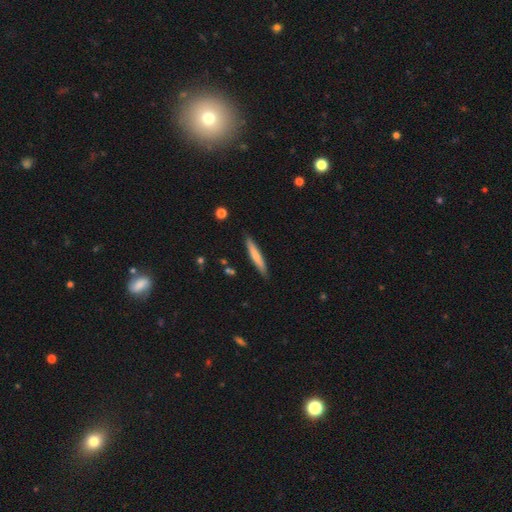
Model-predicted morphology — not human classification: smooth 67%, featured or disk 28%, star or artifact 5%. Down the decision tree: how rounded — cigar-shaped (94%); merging — none (88%).